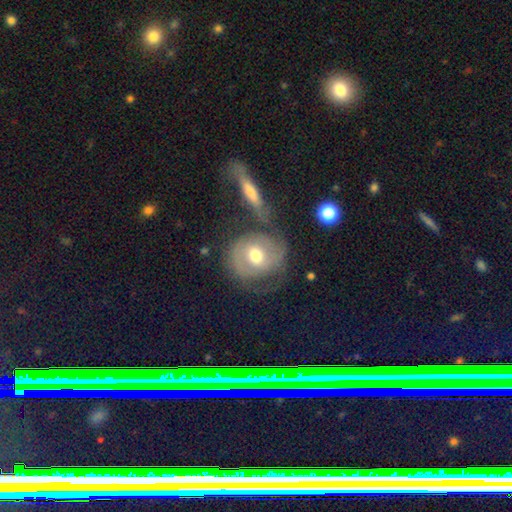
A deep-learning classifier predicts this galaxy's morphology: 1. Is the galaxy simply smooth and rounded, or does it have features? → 64% featured or disk, 29% smooth, 7% star or artifact.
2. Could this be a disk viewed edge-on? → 95% no, 5% yes.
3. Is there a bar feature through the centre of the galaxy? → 53% no, 35% weak, 12% strong.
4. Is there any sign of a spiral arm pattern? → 76% yes, 24% no.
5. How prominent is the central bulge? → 75% moderate, 13% small, 10% large, 1% dominant, 1% none.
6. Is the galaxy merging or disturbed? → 50% none, 19% merger, 18% minor disturbance, 14% major disturbance.